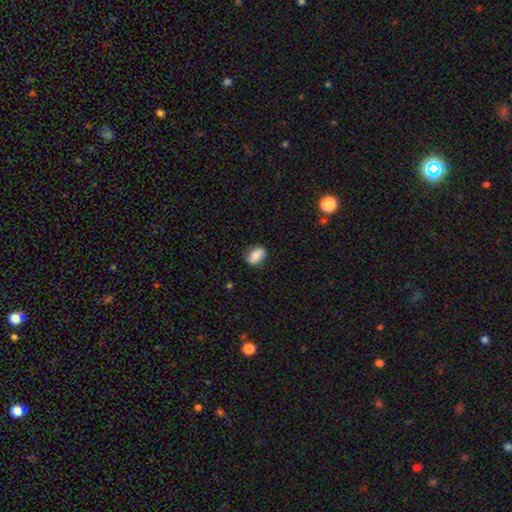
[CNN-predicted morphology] This appears to be a smooth galaxy with no disk features (81%) that is in between round and cigar-shaped (86%). Merging: none (80%).